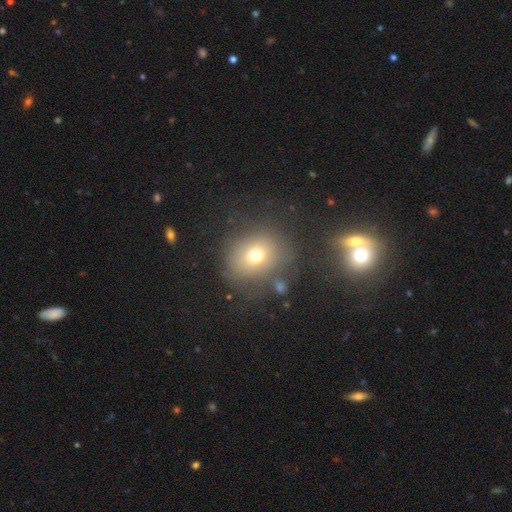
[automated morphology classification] Smooth or featured? Predicted: smooth (p=0.68). How rounded? Predicted: round (p=0.73). Merging? Predicted: none (p=0.68).